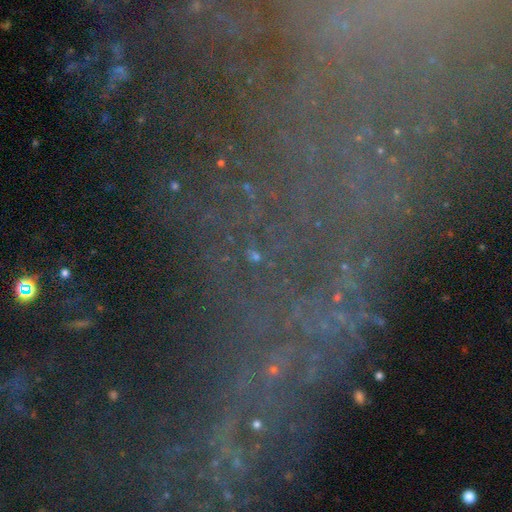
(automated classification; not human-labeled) Smooth or featured? Predicted: star or artifact (p=0.76).